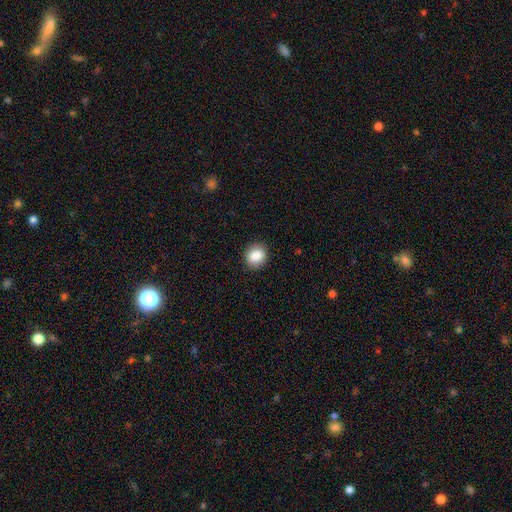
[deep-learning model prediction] Morphology: type=smooth (85%); roundness=round (69%); merging=none (90%).